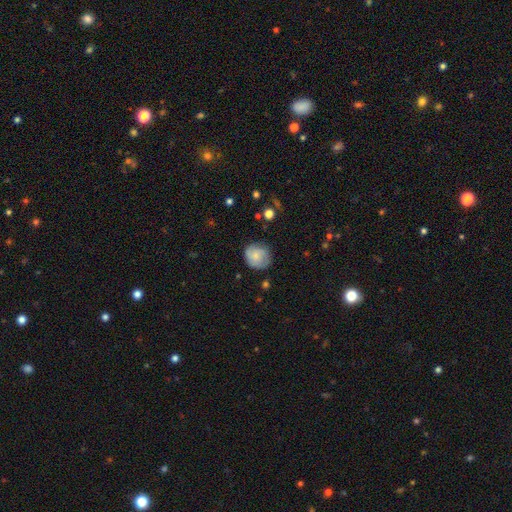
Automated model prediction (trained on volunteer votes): This appears to be a smooth galaxy with no disk features (58%) that is round (82%). Merging: none (71%).